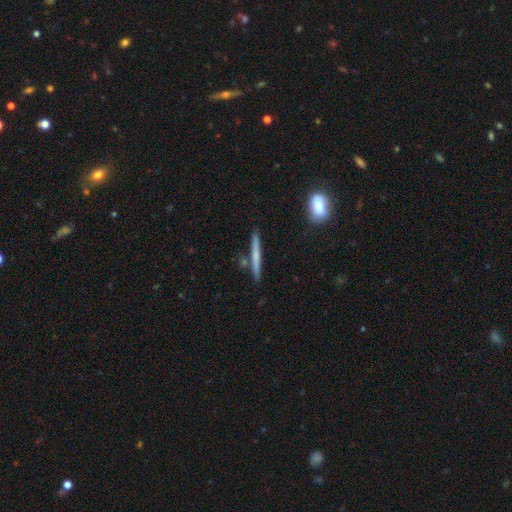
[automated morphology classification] A smooth galaxy with no disk features (52%) that is cigar-shaped (95%).

Vote fractions:
- Smooth or featured? smooth: 52% / featured or disk: 42% / star or artifact: 6%
- How rounded? cigar-shaped: 95% / in between: 3% / round: 2%
- Merging? none: 87% / minor disturbance: 8% / merger: 4% / major disturbance: 2%